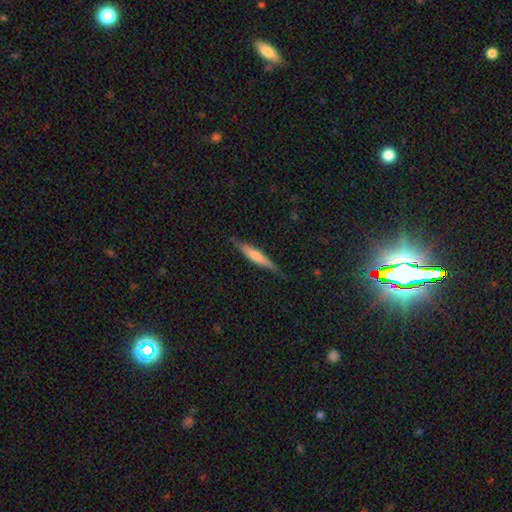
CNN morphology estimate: Smooth or featured? smooth (51%)
How rounded? cigar-shaped (90%)
Merging? none (82%)